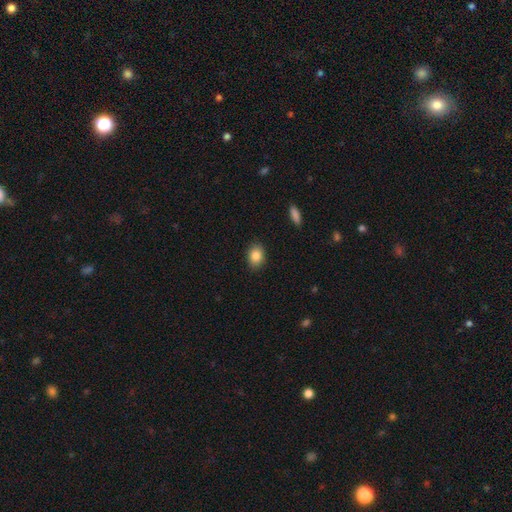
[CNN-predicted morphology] Smooth or featured? smooth (85%)
How rounded? in between (67%)
Merging? none (87%)